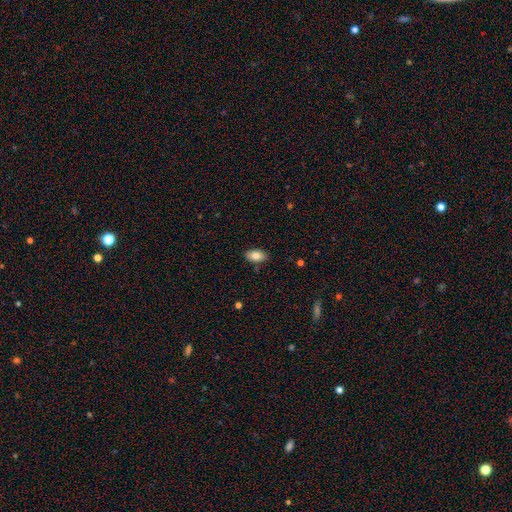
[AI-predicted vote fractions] smooth-or-featured: smooth: 83% | featured or disk: 9% | star or artifact: 7%
  how-rounded: in between: 93% | round: 5% | cigar-shaped: 3%
  merging: none: 87% | minor disturbance: 10% | major disturbance: 2% | merger: 1%